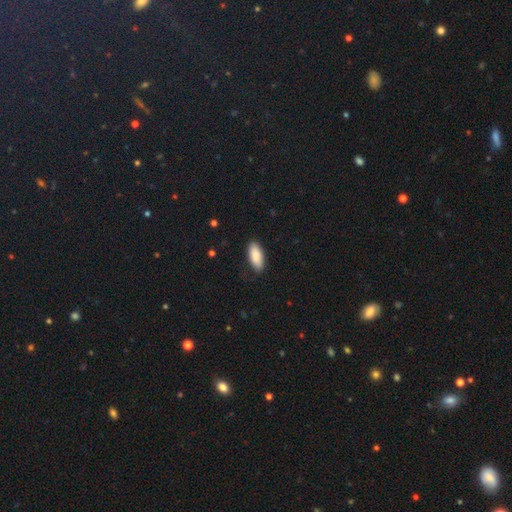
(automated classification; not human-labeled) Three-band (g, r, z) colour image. It shows a smooth galaxy with no disk features (89%) that is in between round and cigar-shaped (86%). Merging: none (82%).